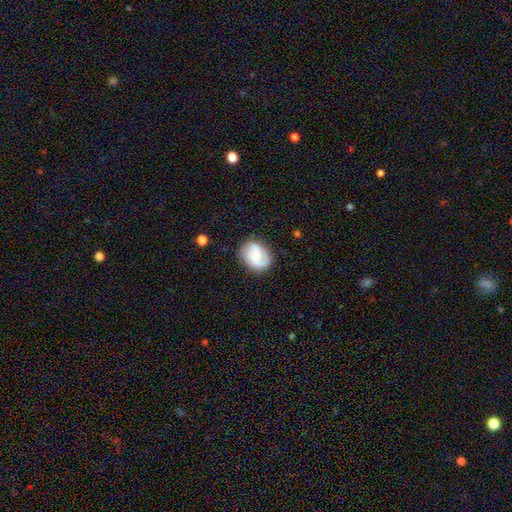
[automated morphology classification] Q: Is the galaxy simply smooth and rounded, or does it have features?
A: featured or disk — 62%.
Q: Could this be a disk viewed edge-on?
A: no — 98%.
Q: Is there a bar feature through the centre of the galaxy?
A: no — 49%.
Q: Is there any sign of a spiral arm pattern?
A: yes — 91%.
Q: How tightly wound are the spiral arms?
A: medium — 44%.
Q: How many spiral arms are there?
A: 2 — 83%.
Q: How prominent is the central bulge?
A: small — 47%.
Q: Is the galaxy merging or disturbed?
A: none — 77%.